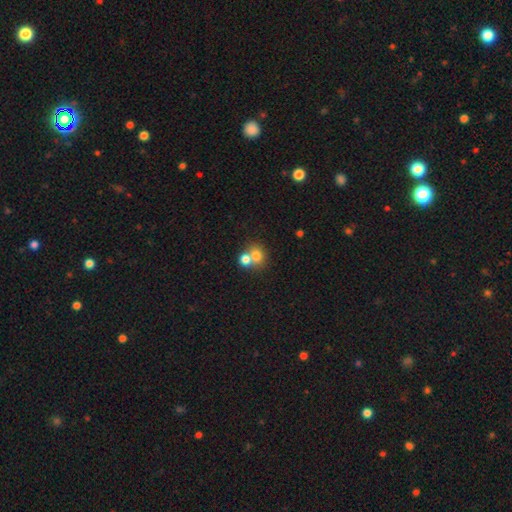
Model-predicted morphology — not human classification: Smooth or featured?
  - smooth: 74% *
  - featured or disk: 13%
  - star or artifact: 12%
How rounded?
  - round: 76% *
  - in between: 23%
  - cigar-shaped: 1%
Merging?
  - merger: 52% *
  - none: 39%
  - minor disturbance: 6%
  - major disturbance: 3%